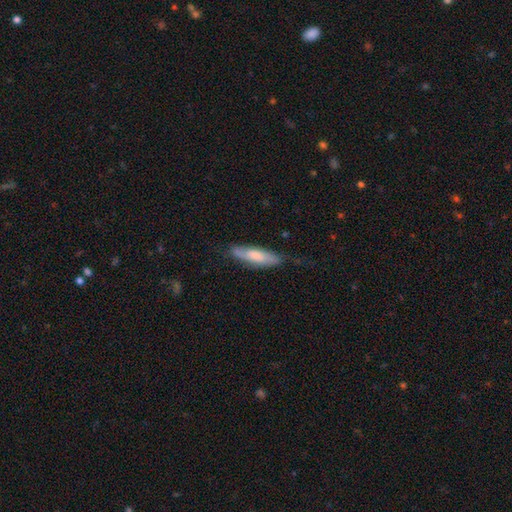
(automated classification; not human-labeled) smooth 64%, featured or disk 30%, star or artifact 6%. Down the decision tree: how rounded — cigar-shaped (59%); merging — none (65%).